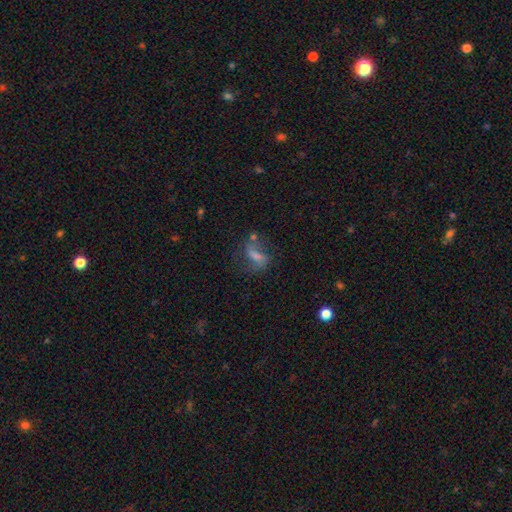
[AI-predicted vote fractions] Morphology: type=smooth (48%); merging=none (43%).